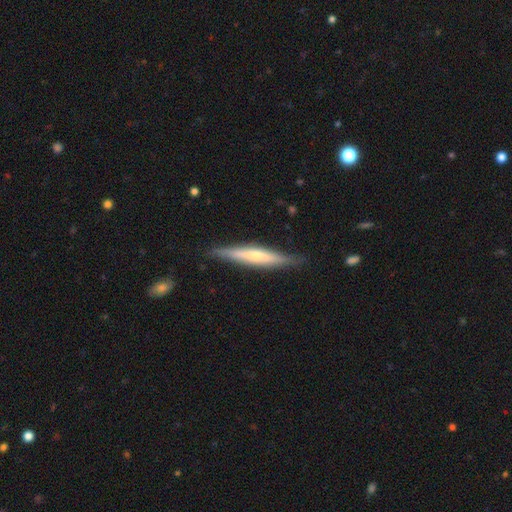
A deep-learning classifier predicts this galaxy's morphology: type=featured or disk (53%); edge-on=yes (93%); merging=none (85%).